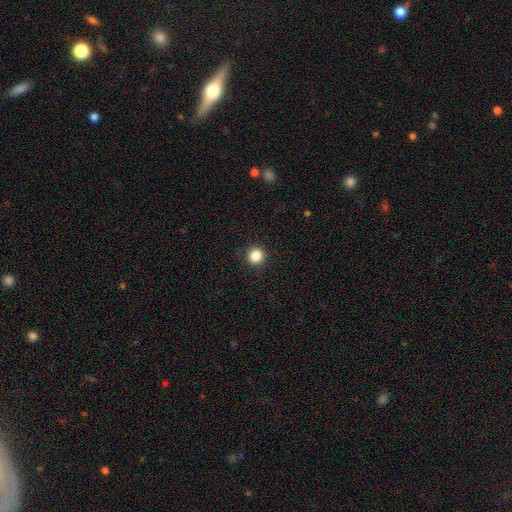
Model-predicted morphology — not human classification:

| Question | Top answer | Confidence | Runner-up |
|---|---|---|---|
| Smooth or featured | smooth | 86% | star or artifact (10%) |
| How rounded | round | 95% | in between (4%) |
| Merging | none | 92% | minor disturbance (5%) |